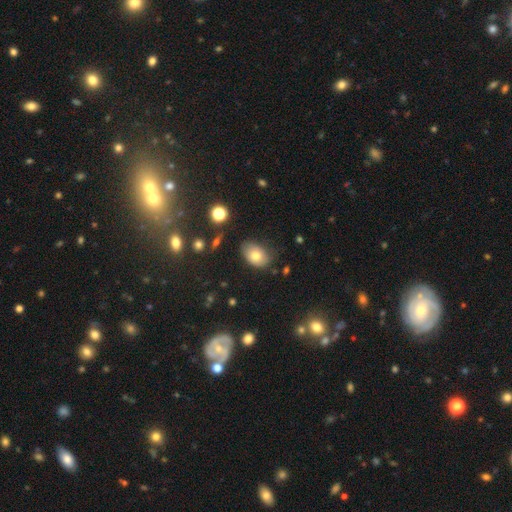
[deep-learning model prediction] smooth 76%, featured or disk 14%, star or artifact 10%. Down the decision tree: how rounded — in between (82%); merging — none (68%).